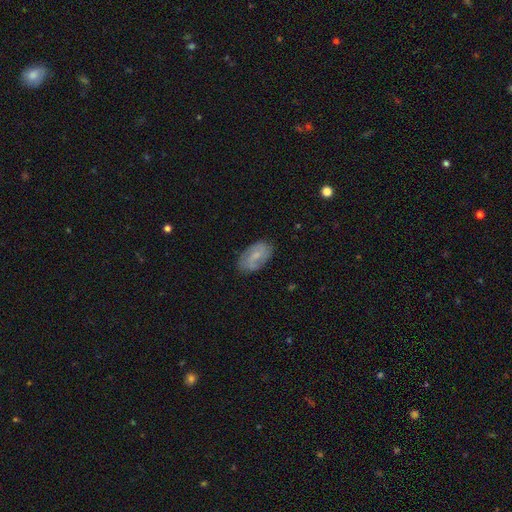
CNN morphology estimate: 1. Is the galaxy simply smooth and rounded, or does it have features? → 47% featured or disk, 45% smooth, 7% star or artifact.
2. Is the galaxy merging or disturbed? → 78% none, 17% minor disturbance, 4% major disturbance, 1% merger.